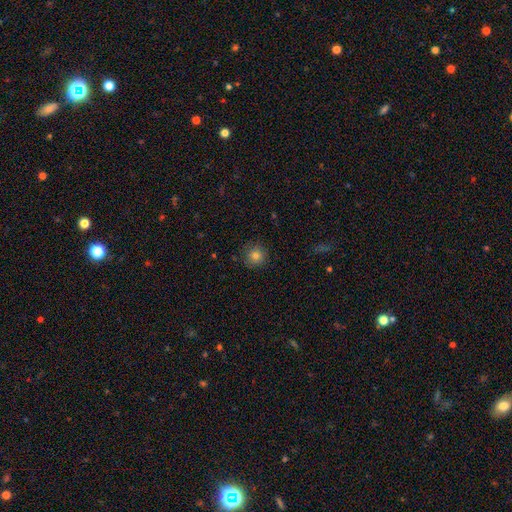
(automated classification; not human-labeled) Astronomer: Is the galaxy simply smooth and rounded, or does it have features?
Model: smooth — 79%.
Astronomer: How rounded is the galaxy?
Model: round — 93%.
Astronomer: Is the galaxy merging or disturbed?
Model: none — 86%.